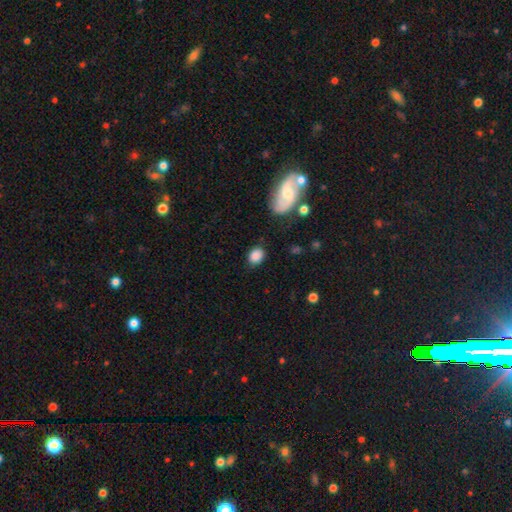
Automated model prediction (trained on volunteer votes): Smooth or featured: smooth — 83% (star or artifact — 9%)
How rounded: in between — 62% (round — 36%)
Merging: none — 78% (minor disturbance — 15%)